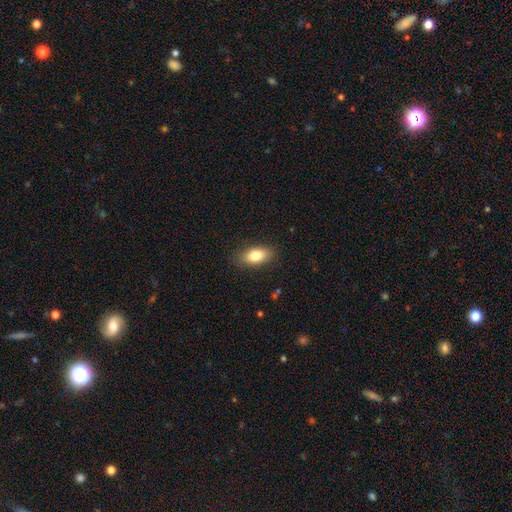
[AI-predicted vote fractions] This appears to be a smooth galaxy with no disk features (81%) that is in between round and cigar-shaped (87%). Merging: none (85%).